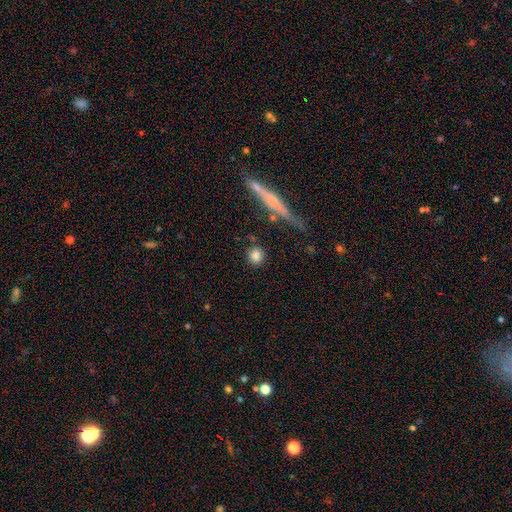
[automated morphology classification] Smooth or featured: smooth — 83% (star or artifact — 9%)
How rounded: round — 88% (in between — 9%)
Merging: none — 83% (minor disturbance — 9%)